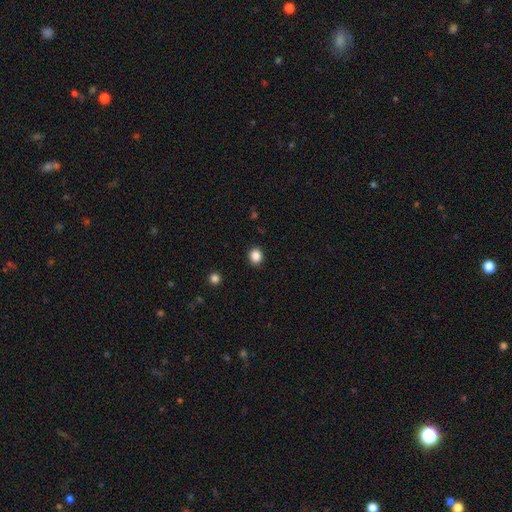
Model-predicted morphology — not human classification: smooth_or_featured: smooth (p=0.86) [alt: star or artifact p=0.11]
how_rounded: round (p=0.71) [alt: in between p=0.28]
merging: none (p=0.90) [alt: minor disturbance p=0.07]